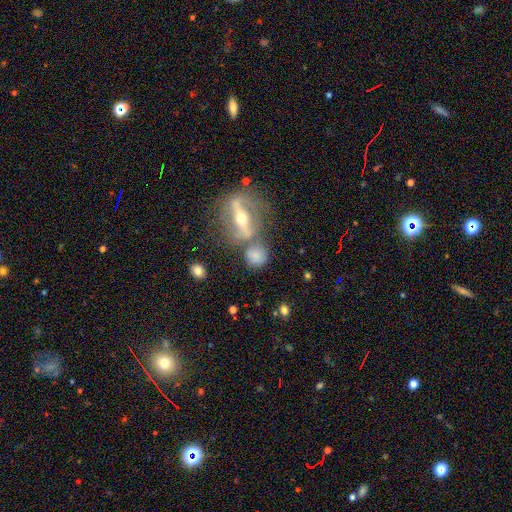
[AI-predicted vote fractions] Smooth or featured? Predicted: smooth (p=0.53). How rounded? Predicted: round (p=0.77). Merging? Predicted: none (p=0.55).